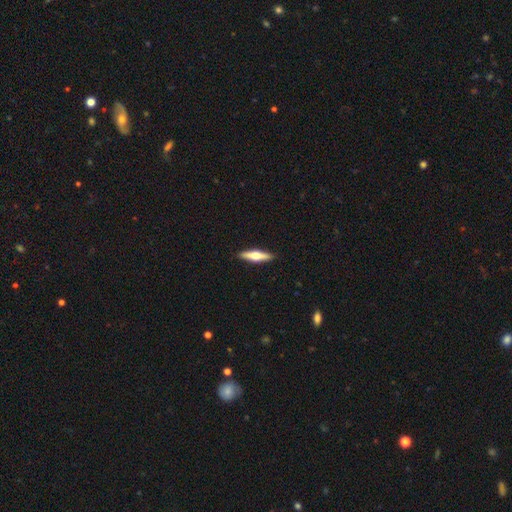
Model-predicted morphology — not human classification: A featured or disk galaxy (53%) viewed edge-on (95%) with a rounded central bulge (94%). Merging: none (91%).